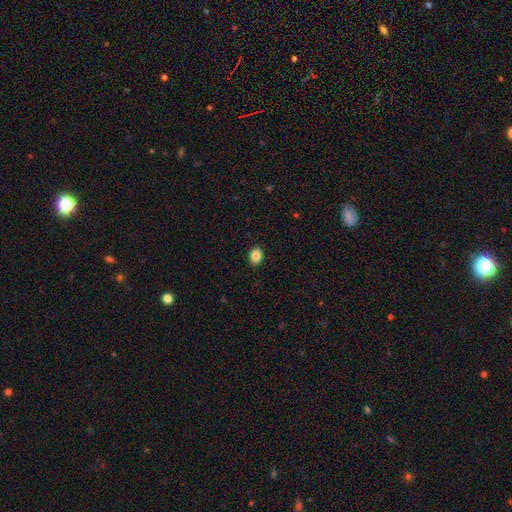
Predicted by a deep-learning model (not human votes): smooth-or-featured: smooth: 87% | star or artifact: 9% | featured or disk: 5%
  how-rounded: in between: 76% | round: 23% | cigar-shaped: 1%
  merging: none: 90% | minor disturbance: 7% | major disturbance: 2% | merger: 1%